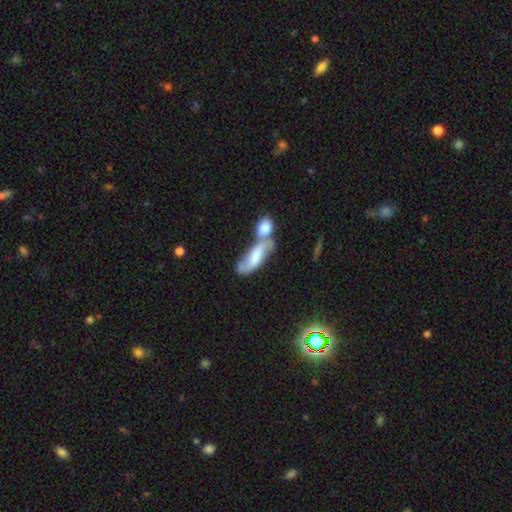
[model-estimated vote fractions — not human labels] Smooth or featured?
  - featured or disk: 51% *
  - smooth: 42%
  - star or artifact: 7%
Edge-on disk?
  - no: 85% *
  - yes: 15%
Merging?
  - merger: 65% *
  - none: 19%
  - minor disturbance: 9%
  - major disturbance: 7%